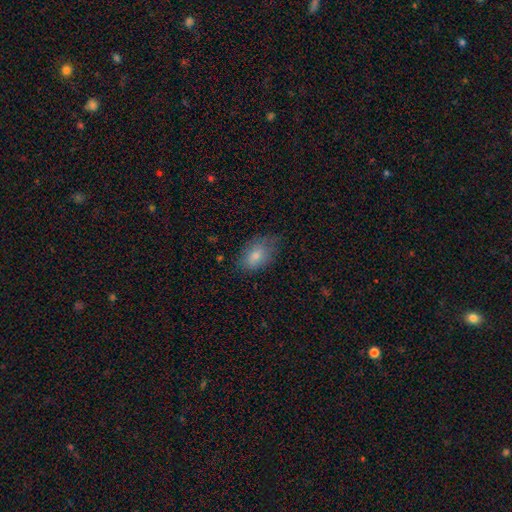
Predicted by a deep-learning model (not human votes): The model was most divided on "merging": none: 58%, minor disturbance: 31%, major disturbance: 10%, merger: 1%. More confident: how rounded — in between (88%); smooth or featured — smooth (79%).